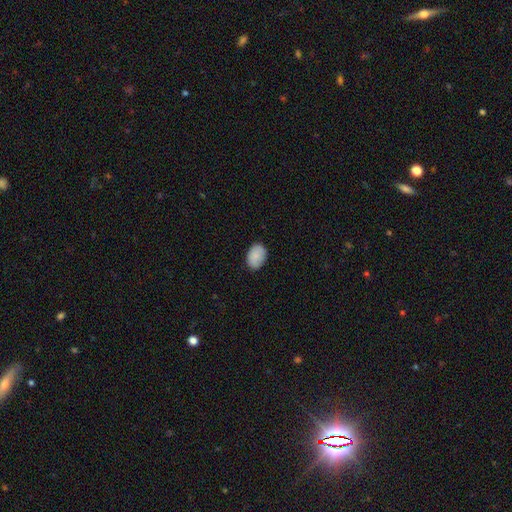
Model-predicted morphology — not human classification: This is clearly a smooth galaxy (88%). How rounded: clearly in between (82%). Merging: clearly none (85%).